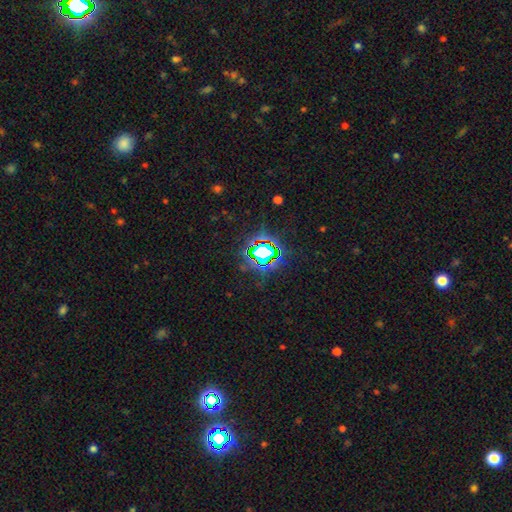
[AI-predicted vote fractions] A star or artifact, not a galaxy (77%).

Vote fractions:
- Smooth or featured? star or artifact: 77% / smooth: 14% / featured or disk: 10%